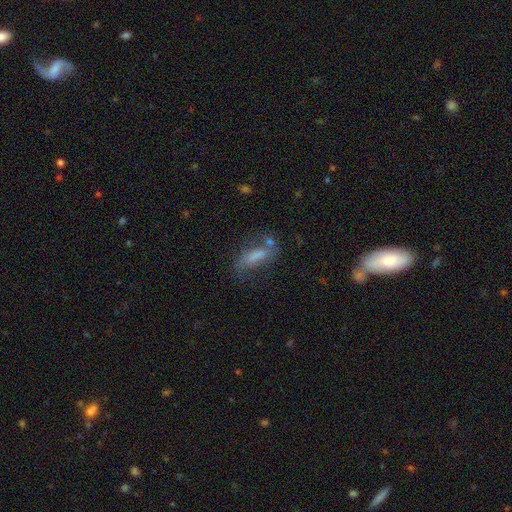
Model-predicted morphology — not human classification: Smooth or featured? Predicted: smooth (p=0.49). Merging? Predicted: none (p=0.51).